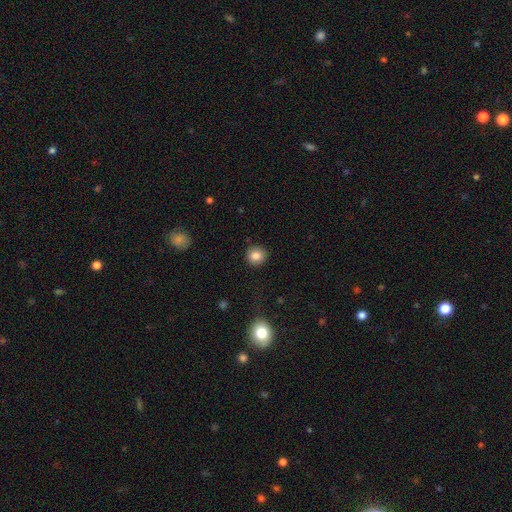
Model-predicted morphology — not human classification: Smooth or featured? smooth (84%)
How rounded? round (91%)
Merging? none (90%)